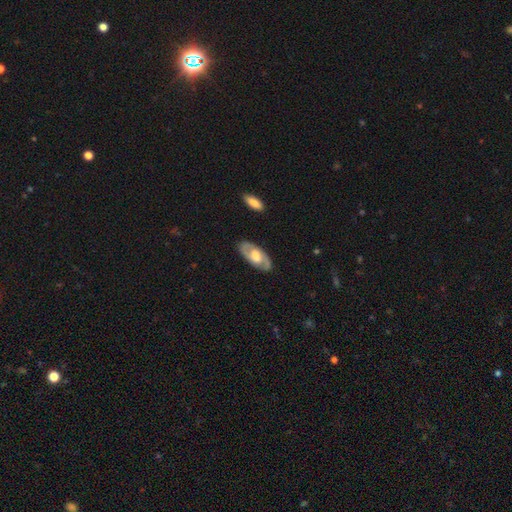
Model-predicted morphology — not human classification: A featured or disk galaxy (67%) with no bar (50%), spiral arms (68%) and a moderate central bulge (51%).

Vote fractions:
- Smooth or featured? featured or disk: 67% / smooth: 28% / star or artifact: 5%
- Edge-on disk? no: 89% / yes: 11%
- Bar? no: 50% / weak: 38% / strong: 12%
- Spiral arms? yes: 68% / no: 32%
- Bulge size? moderate: 51% / large: 36% / small: 8% / none: 2% / dominant: 2%
- Merging? none: 84% / minor disturbance: 11% / major disturbance: 3% / merger: 1%